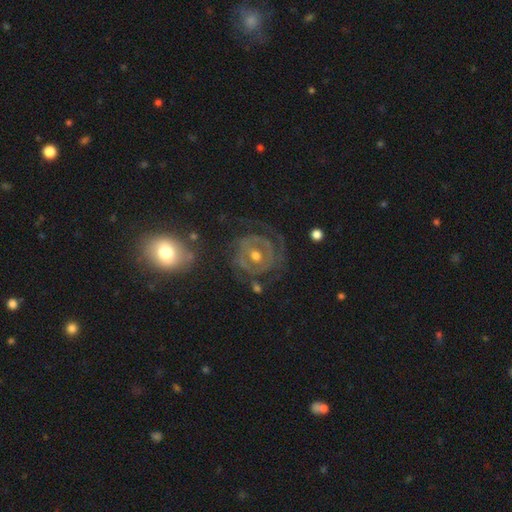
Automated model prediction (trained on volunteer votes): This appears to be a featured or disk galaxy (79%) with no bar (56%), can't tell (32%, tied with 2) tight (62%) spiral arms (77%) and a moderate central bulge (72%). Merging: none (63%).